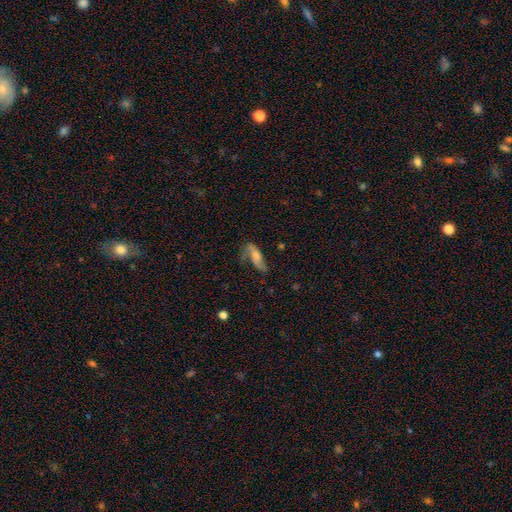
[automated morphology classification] A featured or disk galaxy (57%). Merging: none (44%).